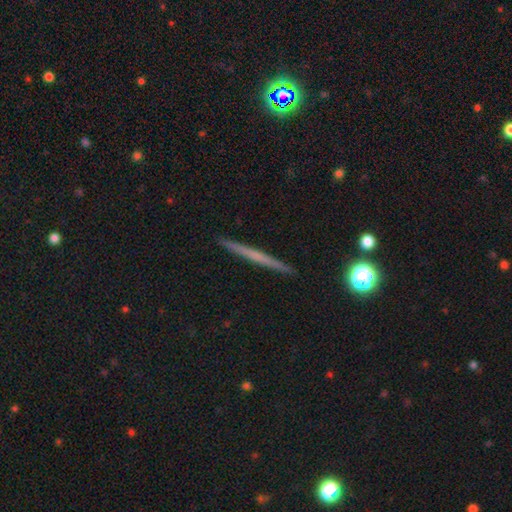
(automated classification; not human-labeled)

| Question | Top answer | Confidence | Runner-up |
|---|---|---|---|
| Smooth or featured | featured or disk | 52% | smooth (40%) |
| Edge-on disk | yes | 97% | no (3%) |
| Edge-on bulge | none | 85% | rounded (11%) |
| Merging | none | 92% | minor disturbance (5%) |